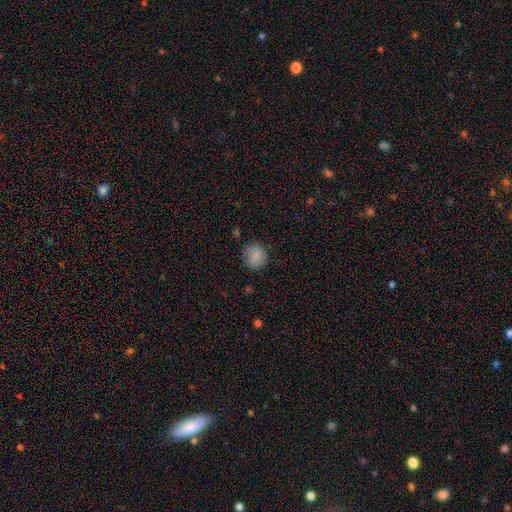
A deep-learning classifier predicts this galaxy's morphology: This is clearly a smooth galaxy (85%). How rounded: clearly round (80%). Merging: clearly none (83%).